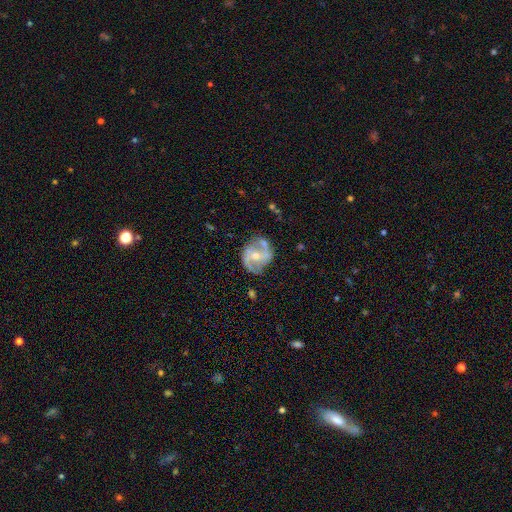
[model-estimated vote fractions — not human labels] featured or disk 82%, smooth 11%, star or artifact 7%. Down the decision tree: edge-on disk — no (97%); bar — no (38%); spiral arms — yes (87%); spiral arm count — 2 (83%); spiral winding — medium (47%); bulge size — moderate (54%); merging — none (63%).